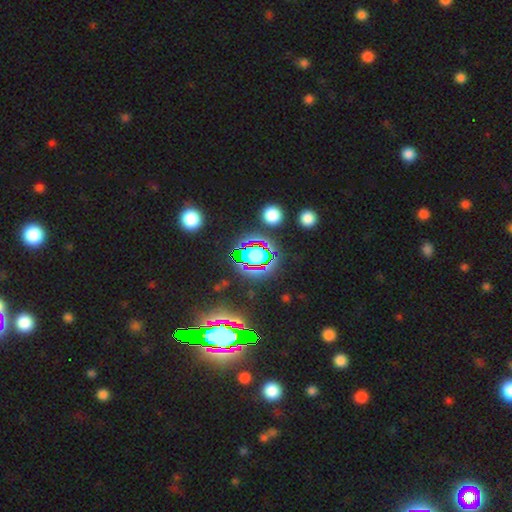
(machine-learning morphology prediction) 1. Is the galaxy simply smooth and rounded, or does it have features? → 63% star or artifact, 23% smooth, 14% featured or disk.